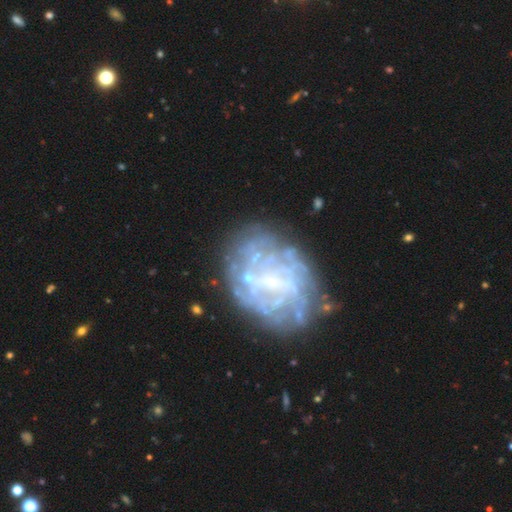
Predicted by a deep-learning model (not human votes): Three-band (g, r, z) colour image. It shows a featured or disk galaxy (75%) with no bar (53%), spiral arms (52%) and no central bulge (42%). Merging: none (59%).